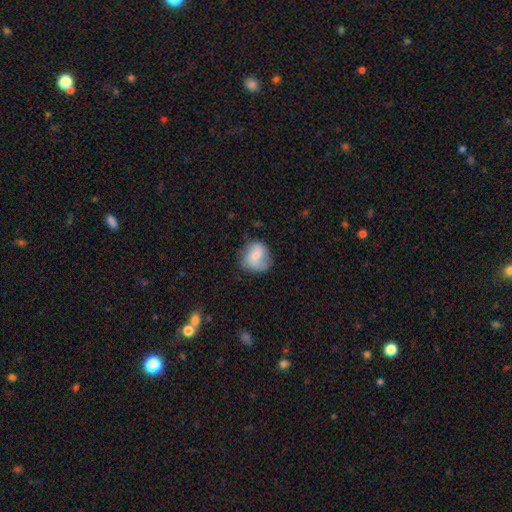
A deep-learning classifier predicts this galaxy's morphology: This is likely a smooth galaxy (71%). How rounded: likely round (75%). Merging: likely none (65%).